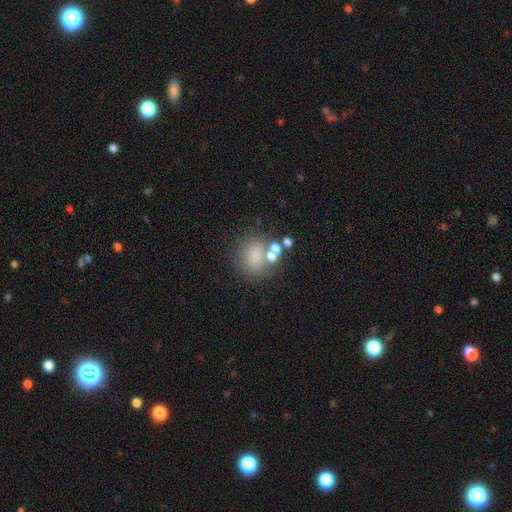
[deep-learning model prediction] Smooth or featured? Predicted: smooth (p=0.68). How rounded? Predicted: round (p=0.70). Merging? Predicted: none (p=0.57).